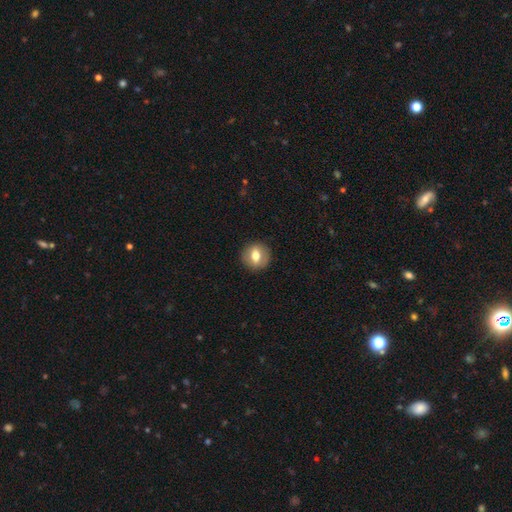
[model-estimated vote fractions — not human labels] smooth_or_featured: smooth (p=0.67) [alt: featured or disk p=0.25]
how_rounded: round (p=0.80) [alt: in between p=0.19]
merging: none (p=0.89) [alt: minor disturbance p=0.08]